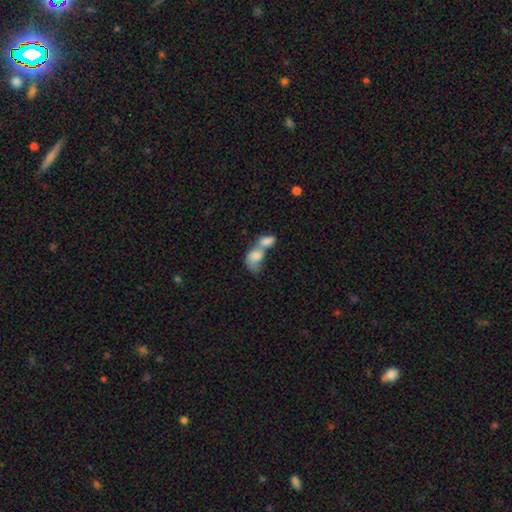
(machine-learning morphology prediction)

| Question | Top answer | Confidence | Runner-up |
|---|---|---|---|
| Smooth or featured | smooth | 76% | featured or disk (16%) |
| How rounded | in between | 82% | round (16%) |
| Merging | merger | 78% | none (10%) |